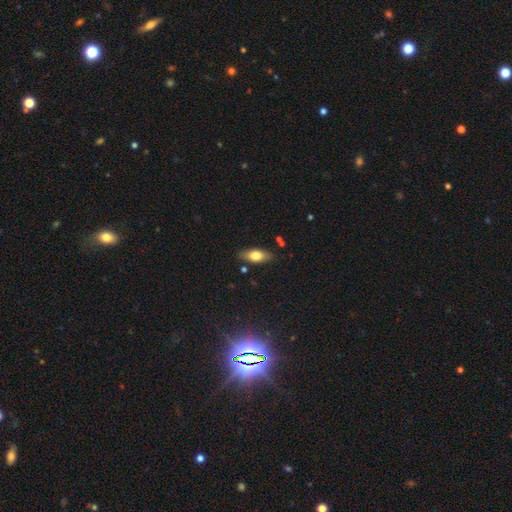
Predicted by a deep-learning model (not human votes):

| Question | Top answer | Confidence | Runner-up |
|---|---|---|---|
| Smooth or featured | smooth | 72% | featured or disk (21%) |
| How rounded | in between | 81% | cigar-shaped (16%) |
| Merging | none | 83% | minor disturbance (12%) |